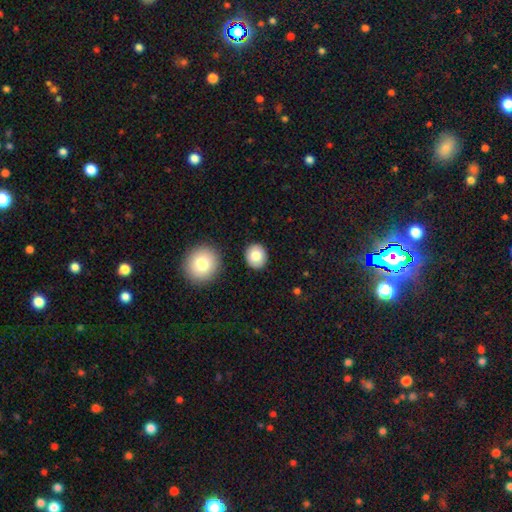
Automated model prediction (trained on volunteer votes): smooth 80%, featured or disk 11%, star or artifact 8%. Down the decision tree: how rounded — round (77%); merging — none (88%).